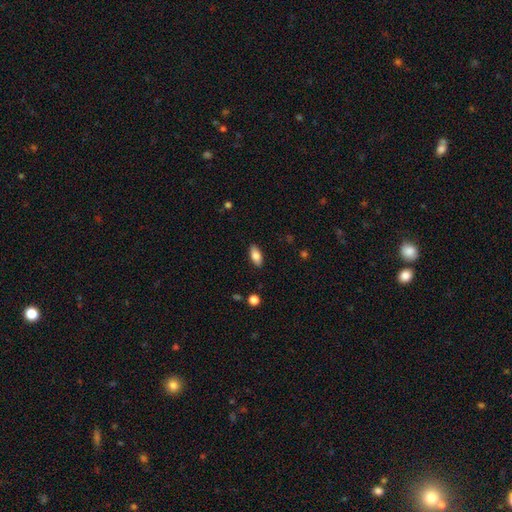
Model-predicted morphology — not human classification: Q: Smooth or featured?
A: smooth (82%); runner-up: featured or disk (11%)
Q: How rounded?
A: in between (90%); runner-up: cigar-shaped (7%)
Q: Merging?
A: none (88%); runner-up: minor disturbance (9%)